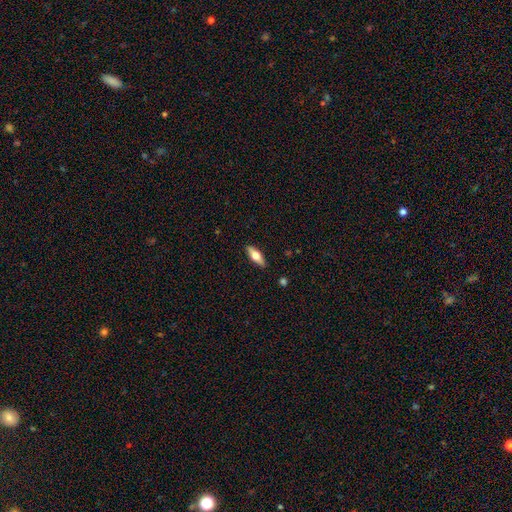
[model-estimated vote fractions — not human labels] smooth_or_featured: smooth (p=0.50) [alt: featured or disk p=0.44]
how_rounded: in between (p=0.58) [alt: cigar-shaped p=0.39]
merging: none (p=0.89) [alt: minor disturbance p=0.08]